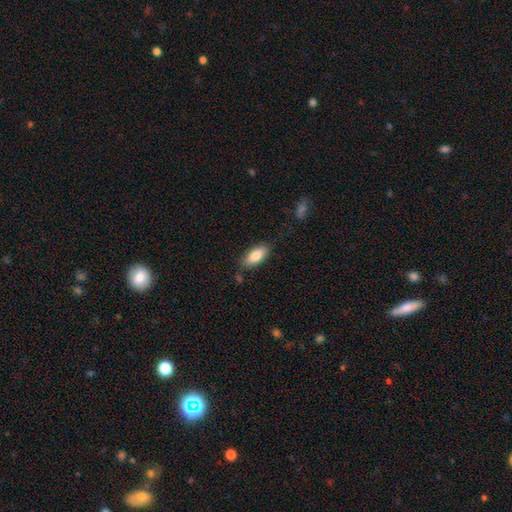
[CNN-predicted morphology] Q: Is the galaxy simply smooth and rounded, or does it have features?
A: smooth — 84%.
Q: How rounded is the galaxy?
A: in between — 84%.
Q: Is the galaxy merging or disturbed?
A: none — 79%.